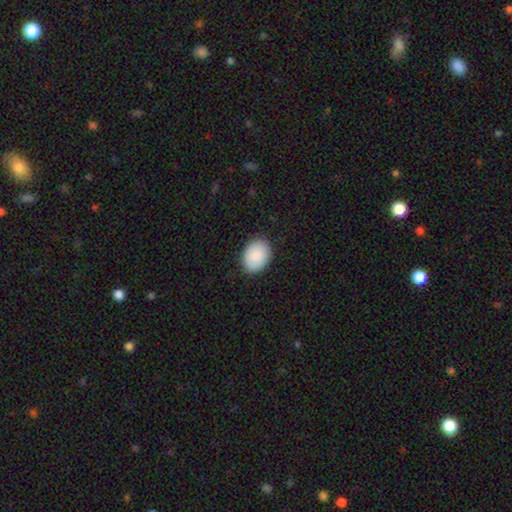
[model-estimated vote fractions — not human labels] Smooth or featured? Predicted: smooth (p=0.90). How rounded? Predicted: in between (p=0.73). Merging? Predicted: none (p=0.88).